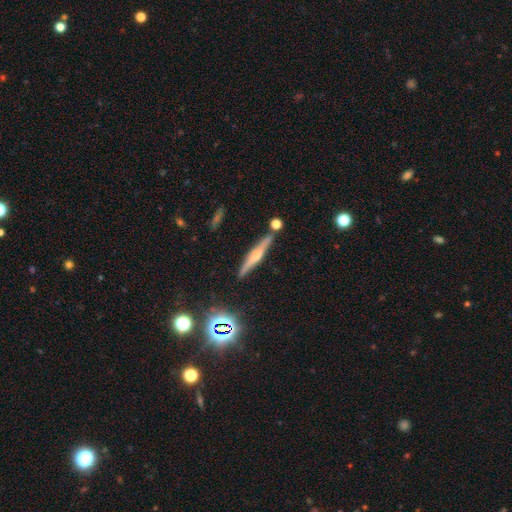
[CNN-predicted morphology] A featured or disk galaxy (63%) viewed edge-on (96%) with a rounded central bulge (81%). Merging: none (84%).